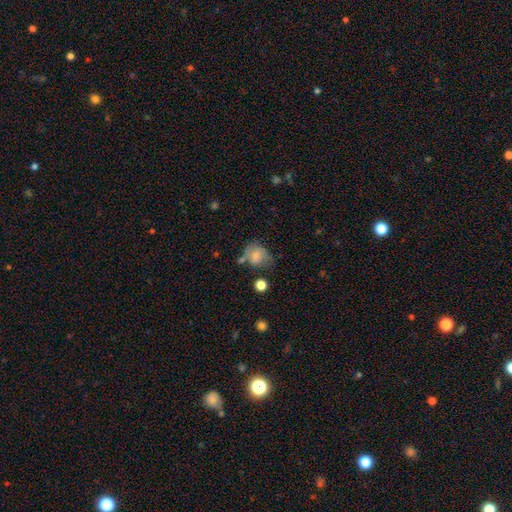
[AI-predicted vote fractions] This is likely a smooth galaxy (72%). How rounded: possibly round (59%). Merging: marginally none (41%).